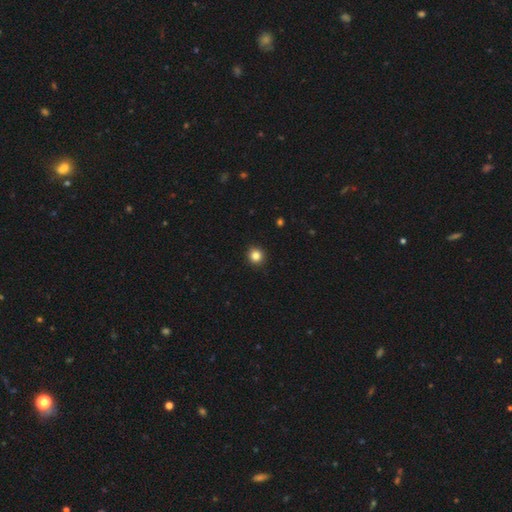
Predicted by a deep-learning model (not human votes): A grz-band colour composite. It shows a smooth galaxy with no disk features (84%) that is round (92%). Merging: none (92%).